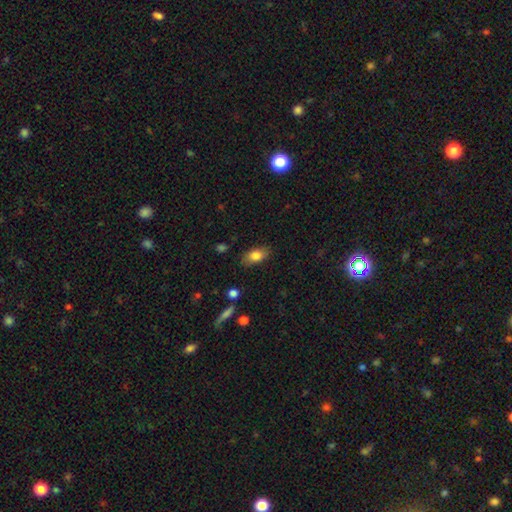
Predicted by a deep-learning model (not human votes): Smooth or featured? smooth (81%)
How rounded? in between (87%)
Merging? none (82%)